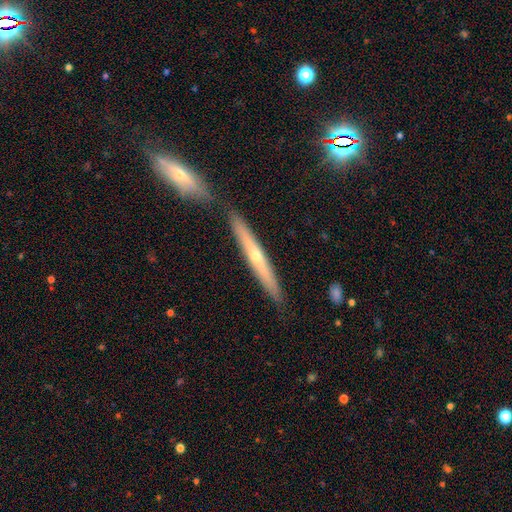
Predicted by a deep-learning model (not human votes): The model was most divided on "smooth or featured": featured or disk: 59%, smooth: 33%, star or artifact: 8%. More confident: edge-on disk — yes (92%); merging — none (77%); edge-on bulge — rounded (68%).